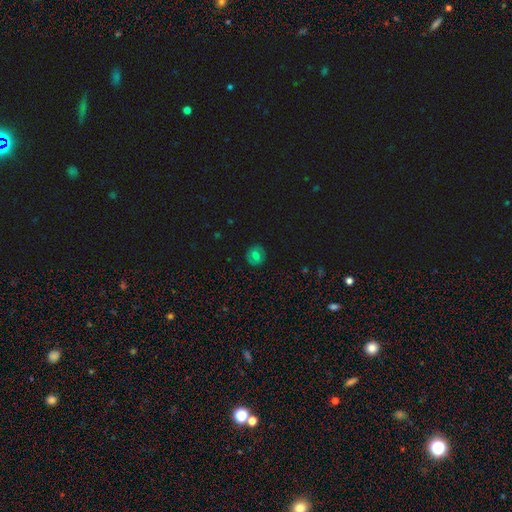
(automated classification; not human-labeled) A smooth galaxy with no disk features (63%) that is round (83%). Merging: none (87%).